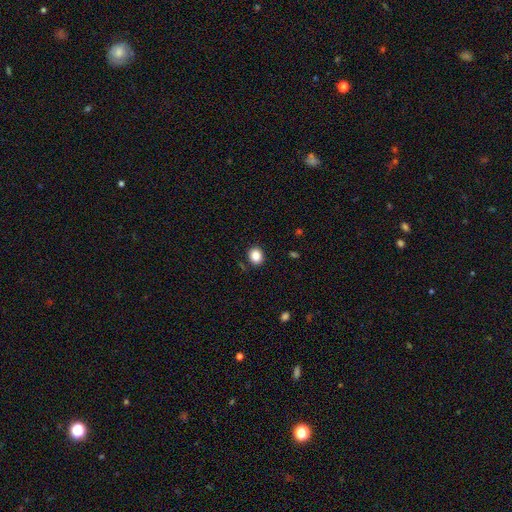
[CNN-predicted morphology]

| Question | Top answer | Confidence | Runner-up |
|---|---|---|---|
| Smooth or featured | smooth | 87% | star or artifact (10%) |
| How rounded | round | 64% | in between (35%) |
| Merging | none | 88% | minor disturbance (8%) |